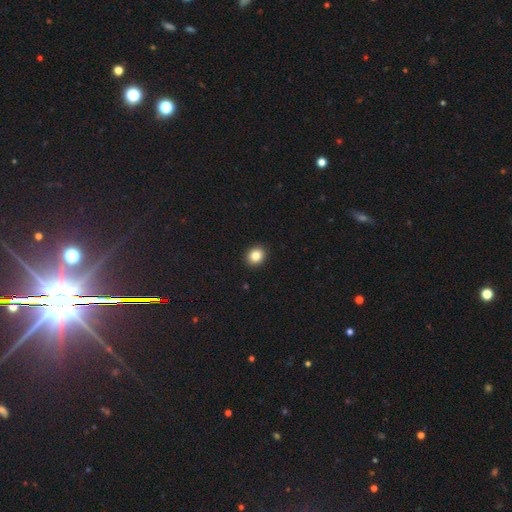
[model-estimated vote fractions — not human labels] The model was most divided on "how rounded": round: 70%, in between: 29%, cigar-shaped: 1%. More confident: merging — none (93%); smooth or featured — smooth (85%).